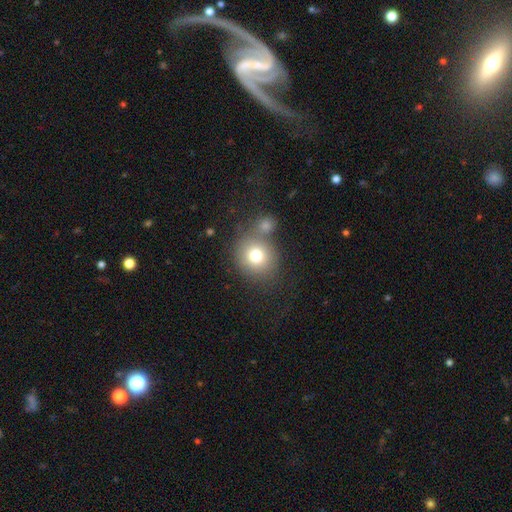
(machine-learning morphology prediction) Smooth or featured?
  - smooth: 76% *
  - featured or disk: 13%
  - star or artifact: 12%
How rounded?
  - round: 84% *
  - in between: 15%
  - cigar-shaped: 1%
Merging?
  - none: 58% *
  - merger: 26%
  - minor disturbance: 11%
  - major disturbance: 5%